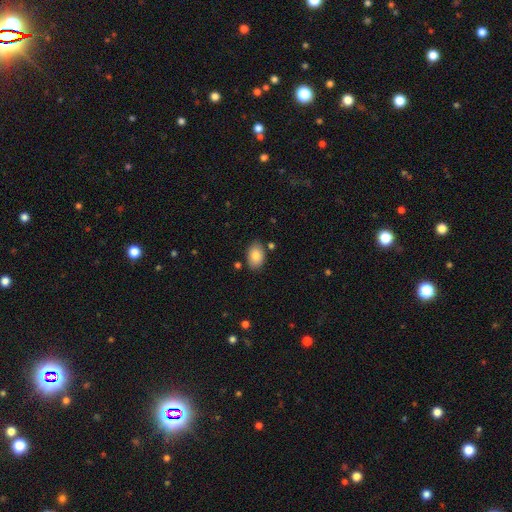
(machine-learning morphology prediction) type=smooth (84%); roundness=in between (88%); merging=none (81%).